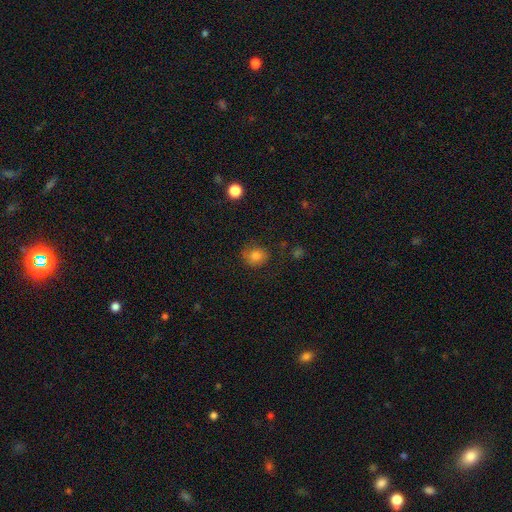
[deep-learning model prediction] The model was most divided on "how rounded": round: 73%, in between: 26%, cigar-shaped: 1%. More confident: smooth or featured — smooth (80%); merging — none (72%).